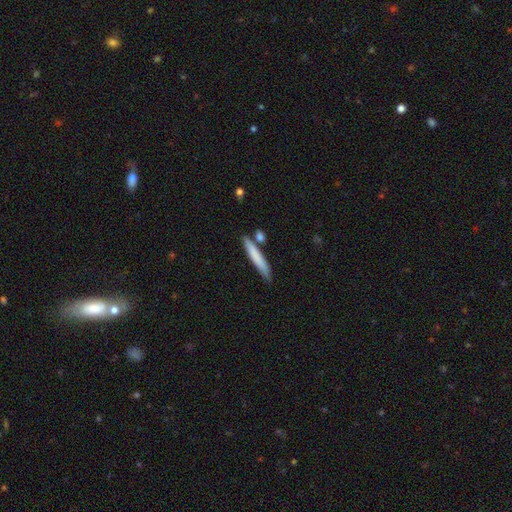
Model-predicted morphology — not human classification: smooth_or_featured: smooth (p=0.75) [alt: featured or disk p=0.20]
how_rounded: cigar-shaped (p=0.93) [alt: in between p=0.05]
merging: none (p=0.75) [alt: minor disturbance p=0.14]